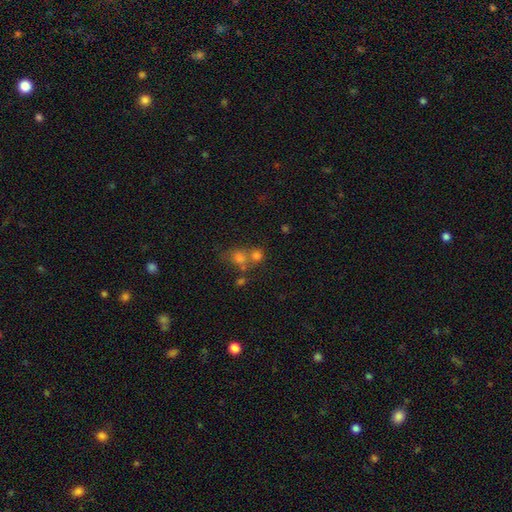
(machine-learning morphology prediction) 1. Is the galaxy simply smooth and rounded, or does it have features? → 64% smooth, 23% star or artifact, 13% featured or disk.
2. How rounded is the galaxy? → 79% round, 20% in between, 1% cigar-shaped.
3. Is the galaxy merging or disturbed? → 44% none, 43% merger, 8% minor disturbance, 5% major disturbance.